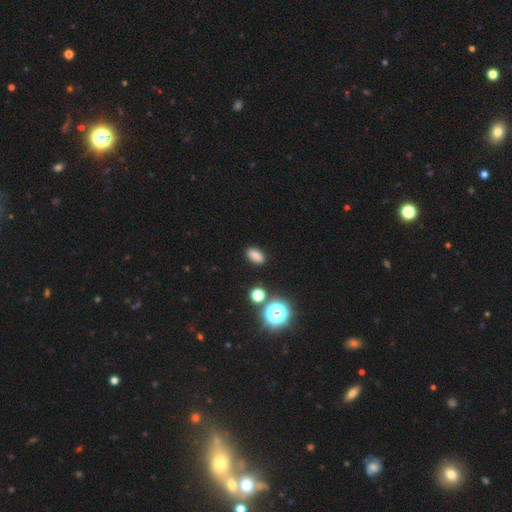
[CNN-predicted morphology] A smooth galaxy with no disk features (80%) that is in between round and cigar-shaped (86%). Merging: none (88%).